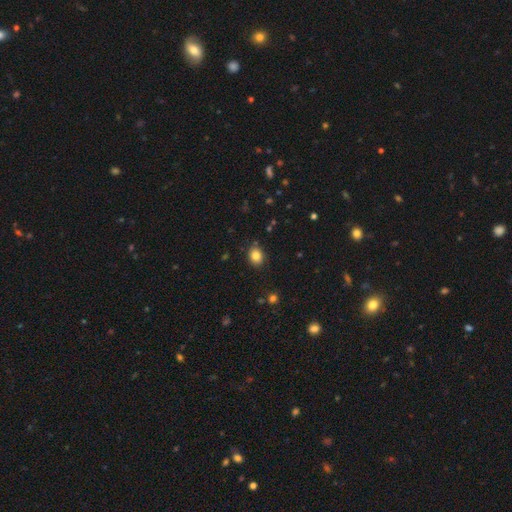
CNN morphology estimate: smooth 83%, star or artifact 11%, featured or disk 7%. Down the decision tree: how rounded — in between (50%); merging — none (86%).